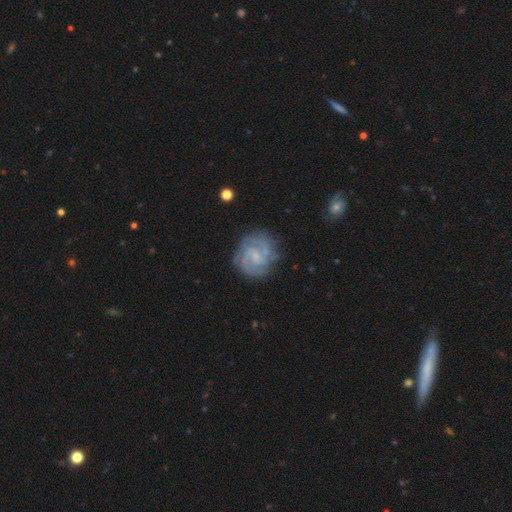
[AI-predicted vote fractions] This is likely a featured or disk galaxy (79%). It is clearly not viewed edge-on (98%). Bar: possibly weak (50%). Spiral arm pattern: clearly yes (93%). Spiral arm count: possibly 2 (49%). Spiral winding: possibly tight (50%). Central bulge: possibly small (51%). Merging: likely none (75%).